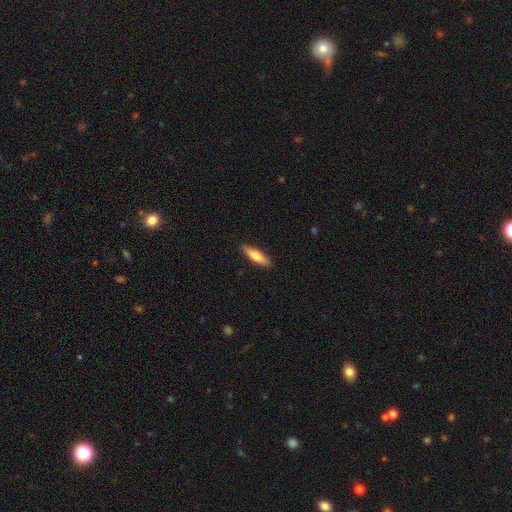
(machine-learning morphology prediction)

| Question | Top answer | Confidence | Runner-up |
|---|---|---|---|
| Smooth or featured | smooth | 68% | featured or disk (26%) |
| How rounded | cigar-shaped | 63% | in between (35%) |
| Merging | none | 89% | minor disturbance (8%) |